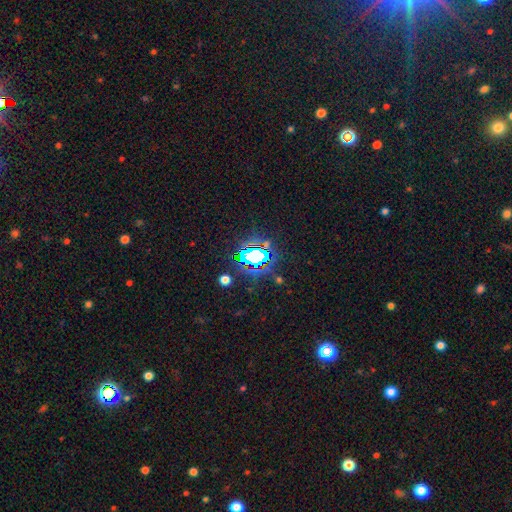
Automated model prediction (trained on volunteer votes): smooth-or-featured: star or artifact: 63% | smooth: 22% | featured or disk: 15%